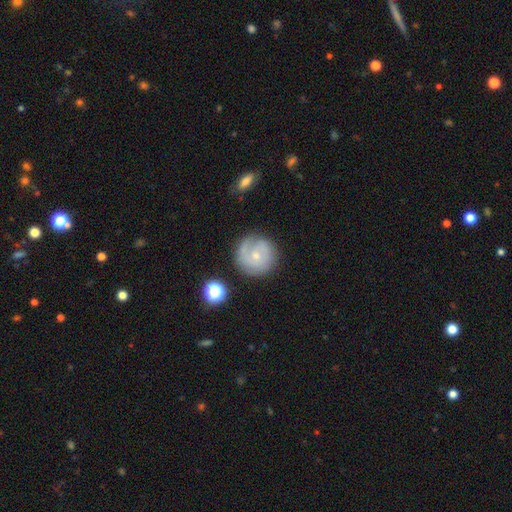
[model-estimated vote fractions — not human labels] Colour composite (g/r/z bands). It shows a featured or disk galaxy (60%) with no bar (75%), spiral arms (81%) and a small central bulge (65%). Merging: none (73%).